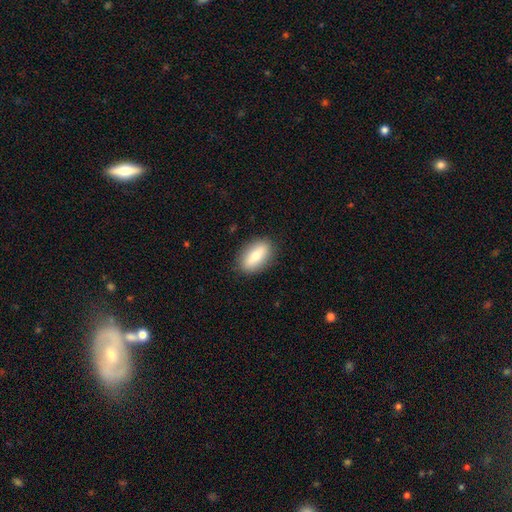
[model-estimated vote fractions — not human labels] smooth-or-featured: smooth: 74% | featured or disk: 19% | star or artifact: 7%
  how-rounded: in between: 86% | cigar-shaped: 9% | round: 5%
  merging: none: 86% | minor disturbance: 10% | major disturbance: 3% | merger: 1%